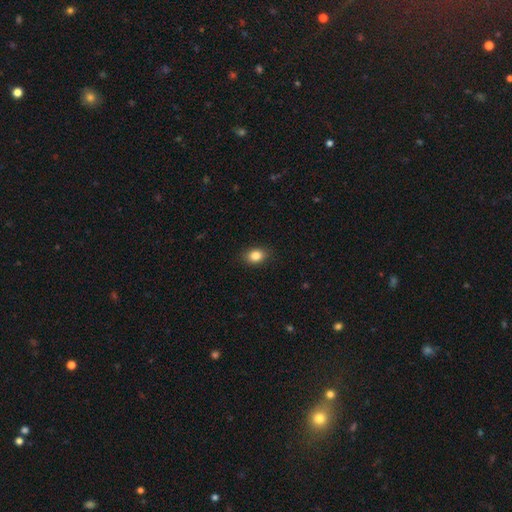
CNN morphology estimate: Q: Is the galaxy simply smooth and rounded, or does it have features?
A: smooth — 84%.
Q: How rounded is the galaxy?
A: in between — 67%.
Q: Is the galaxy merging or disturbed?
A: none — 89%.